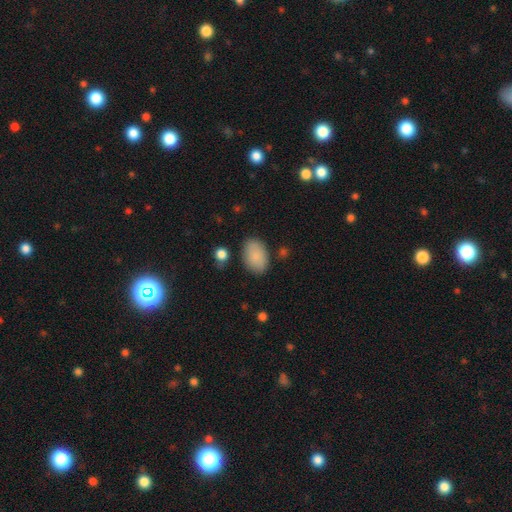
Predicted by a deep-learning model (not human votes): smooth_or_featured: smooth (p=0.87) [alt: star or artifact p=0.06]
how_rounded: in between (p=0.91) [alt: round p=0.08]
merging: none (p=0.81) [alt: minor disturbance p=0.13]